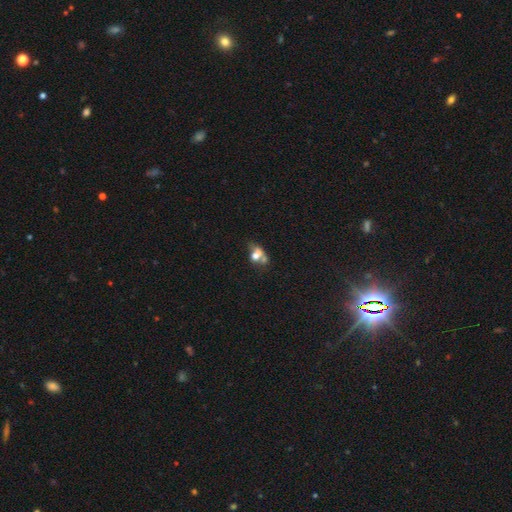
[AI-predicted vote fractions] This is possibly a smooth galaxy (55%). How rounded: likely in between (61%). Merging: possibly merger (50%).